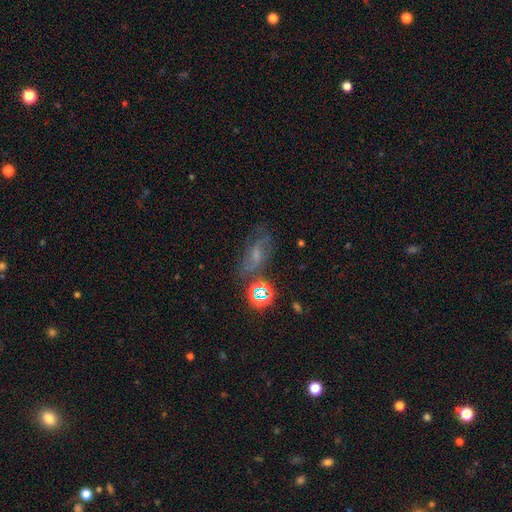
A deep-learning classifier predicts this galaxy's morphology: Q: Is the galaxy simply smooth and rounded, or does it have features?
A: featured or disk — 42%.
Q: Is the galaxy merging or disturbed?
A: none — 56%.